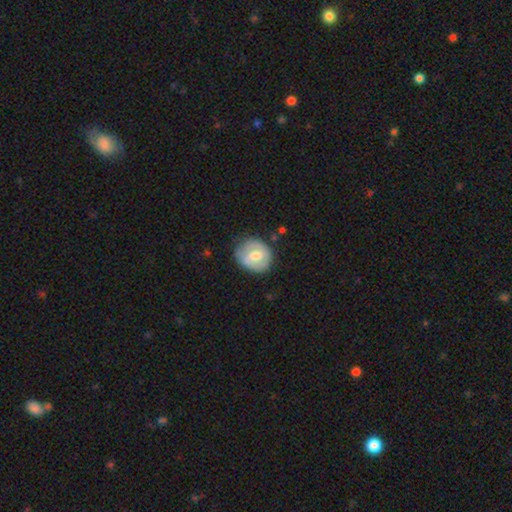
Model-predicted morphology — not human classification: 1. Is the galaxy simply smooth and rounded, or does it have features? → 51% featured or disk, 43% smooth, 5% star or artifact.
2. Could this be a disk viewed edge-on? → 96% no, 4% yes.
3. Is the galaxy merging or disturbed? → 73% none, 20% minor disturbance, 6% major disturbance, 2% merger.